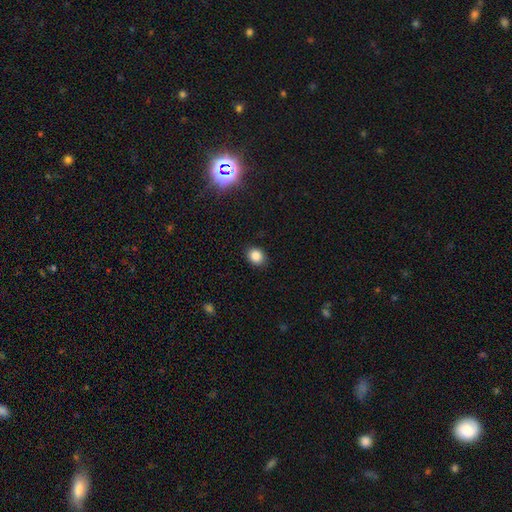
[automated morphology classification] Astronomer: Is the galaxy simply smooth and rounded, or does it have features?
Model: smooth — 85%.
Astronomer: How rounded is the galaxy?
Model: round — 56% (runner-up: in between, 43%).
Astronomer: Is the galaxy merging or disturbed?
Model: none — 89%.